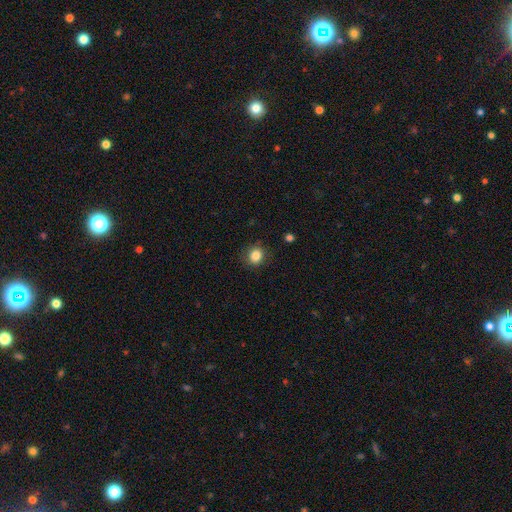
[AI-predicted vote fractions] This appears to be a smooth galaxy with no disk features (85%) that is round (84%). Merging: none (86%).